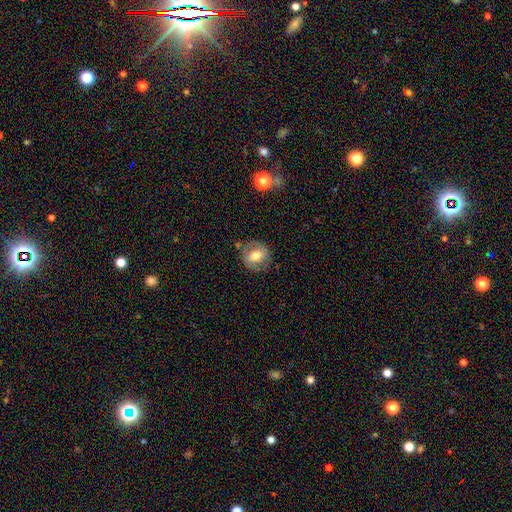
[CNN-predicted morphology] This is possibly a smooth galaxy (57%). How rounded: likely round (77%). Merging: likely none (76%).